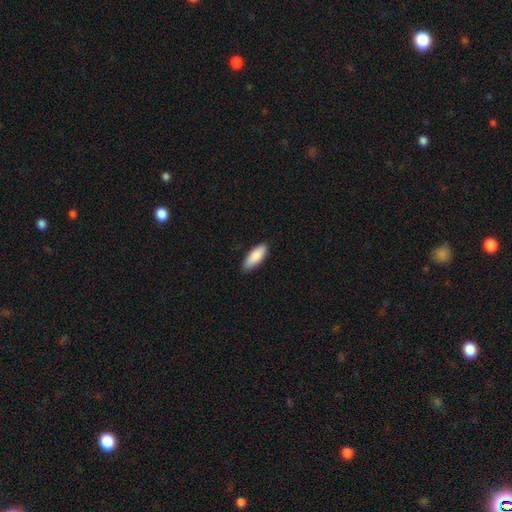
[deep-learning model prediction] Morphology: type=smooth (87%); roundness=in between (73%); merging=none (85%).